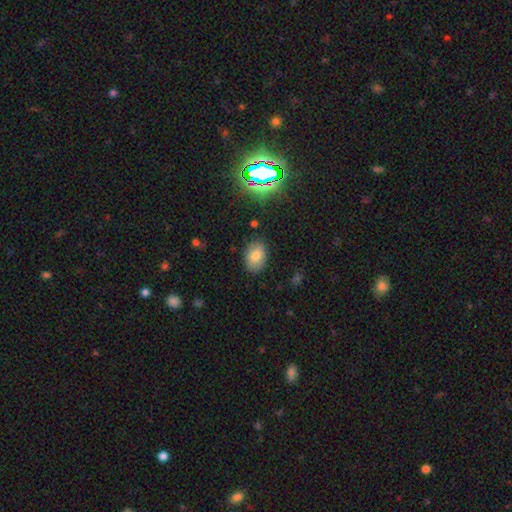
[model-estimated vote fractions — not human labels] A smooth galaxy with no disk features (77%) that is in between round and cigar-shaped (82%). Merging: none (84%).